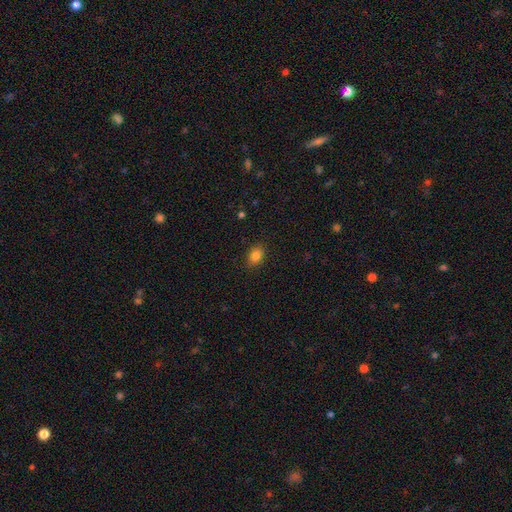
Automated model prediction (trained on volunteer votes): Q: Smooth or featured?
A: smooth (84%); runner-up: star or artifact (10%)
Q: How rounded?
A: in between (74%); runner-up: round (25%)
Q: Merging?
A: none (88%); runner-up: minor disturbance (9%)